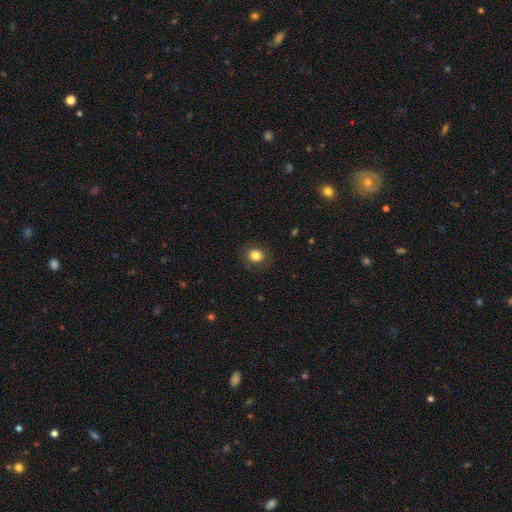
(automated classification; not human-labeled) Smooth or featured: smooth — 82% (star or artifact — 11%)
How rounded: round — 78% (in between — 21%)
Merging: none — 87% (minor disturbance — 9%)